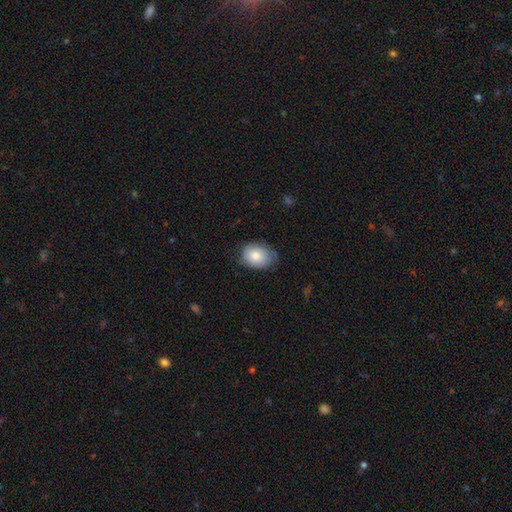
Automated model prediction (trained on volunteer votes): smooth-or-featured: smooth: 80% | featured or disk: 12% | star or artifact: 7%
  how-rounded: in between: 63% | round: 36% | cigar-shaped: 1%
  merging: none: 70% | minor disturbance: 24% | major disturbance: 4% | merger: 1%